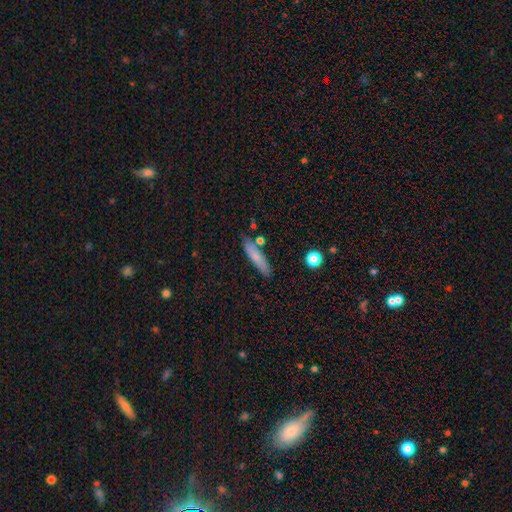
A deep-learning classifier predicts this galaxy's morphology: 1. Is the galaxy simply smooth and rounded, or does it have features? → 74% smooth, 18% featured or disk, 7% star or artifact.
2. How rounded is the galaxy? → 82% cigar-shaped, 16% in between, 2% round.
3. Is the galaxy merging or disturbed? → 80% none, 12% minor disturbance, 5% merger, 3% major disturbance.